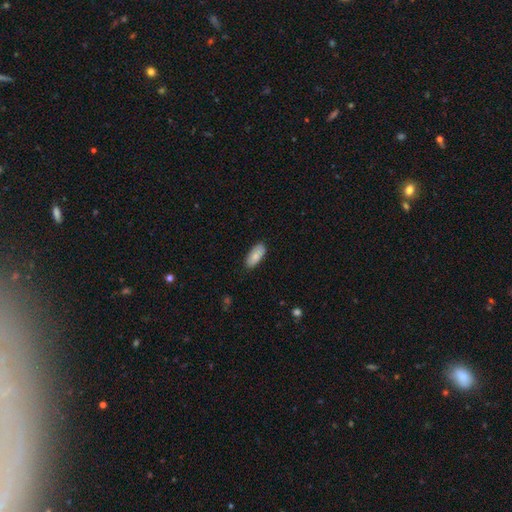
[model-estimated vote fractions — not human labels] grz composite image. It shows a smooth galaxy with no disk features (82%) that is in between round and cigar-shaped (89%). Merging: none (84%).